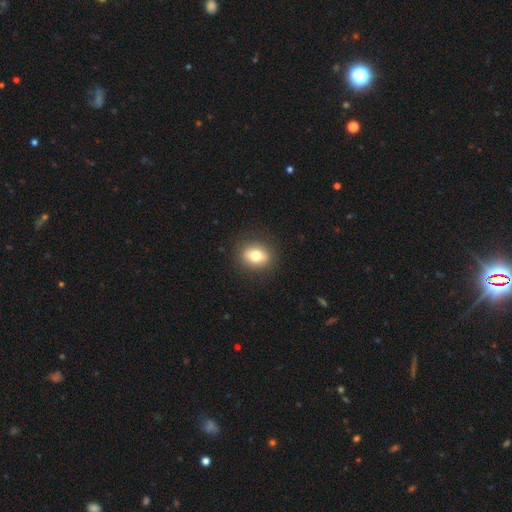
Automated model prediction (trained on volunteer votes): Overall: smooth (73%). How rounded: round (54%; in between 44%). Merging: none (88%).